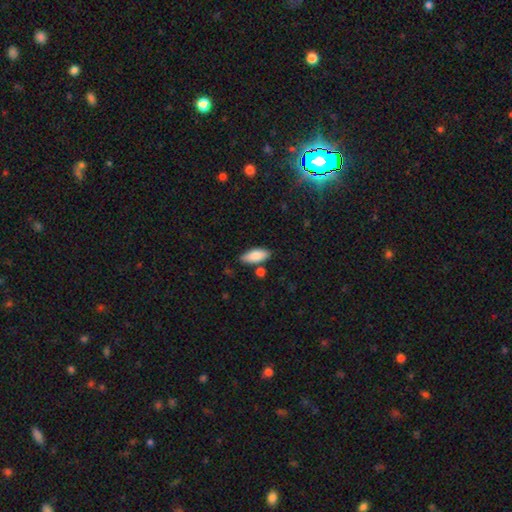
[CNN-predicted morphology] This is clearly a smooth galaxy (85%). How rounded: clearly in between (83%). Merging: likely none (79%).